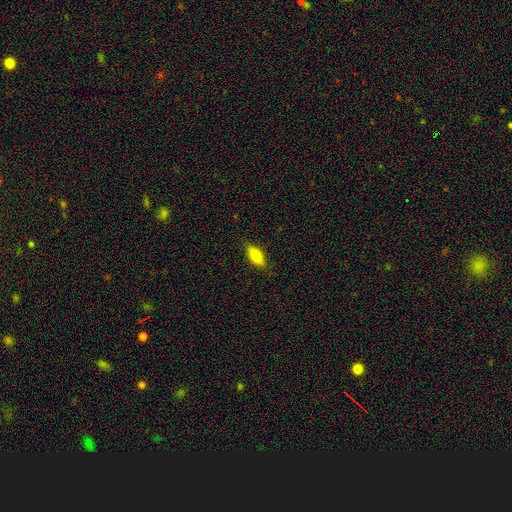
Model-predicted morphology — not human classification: Smooth or featured: smooth — 80% (featured or disk — 13%)
How rounded: in between — 75% (cigar-shaped — 23%)
Merging: none — 85% (minor disturbance — 12%)